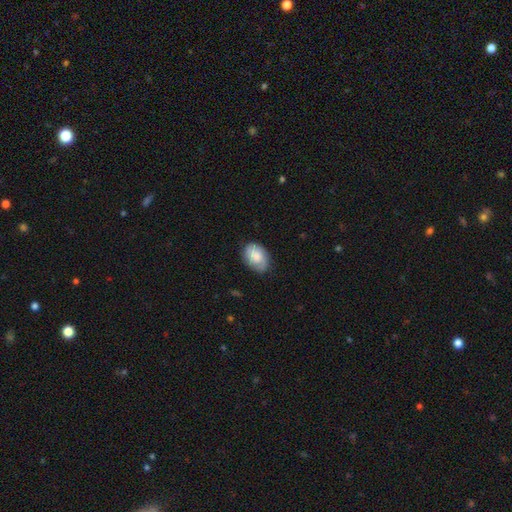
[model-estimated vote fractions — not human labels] A smooth galaxy with no disk features (70%) that is in between round and cigar-shaped (83%).

Vote fractions:
- Smooth or featured? smooth: 70% / featured or disk: 24% / star or artifact: 7%
- How rounded? in between: 83% / round: 16% / cigar-shaped: 1%
- Merging? none: 76% / minor disturbance: 19% / major disturbance: 4% / merger: 1%